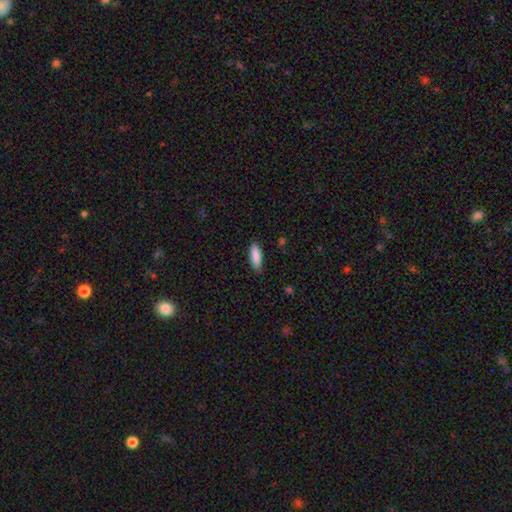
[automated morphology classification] A smooth galaxy with no disk features (89%) that is in between round and cigar-shaped (63%).

Vote fractions:
- Smooth or featured? smooth: 89% / star or artifact: 6% / featured or disk: 5%
- How rounded? in between: 63% / cigar-shaped: 36% / round: 2%
- Merging? none: 85% / minor disturbance: 12% / major disturbance: 2% / merger: 1%